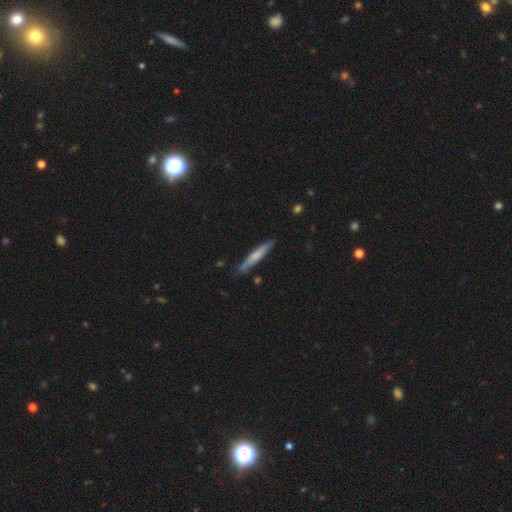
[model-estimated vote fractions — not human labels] The model was most divided on "smooth or featured": smooth: 60%, featured or disk: 35%, star or artifact: 5%. More confident: how rounded — cigar-shaped (93%); merging — none (83%).